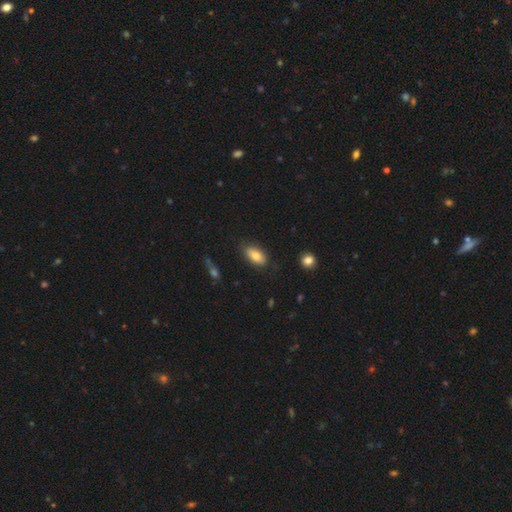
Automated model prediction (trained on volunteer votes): smooth-or-featured: smooth: 78% | featured or disk: 15% | star or artifact: 7%
  how-rounded: in between: 89% | cigar-shaped: 7% | round: 4%
  merging: none: 80% | minor disturbance: 15% | major disturbance: 3% | merger: 2%